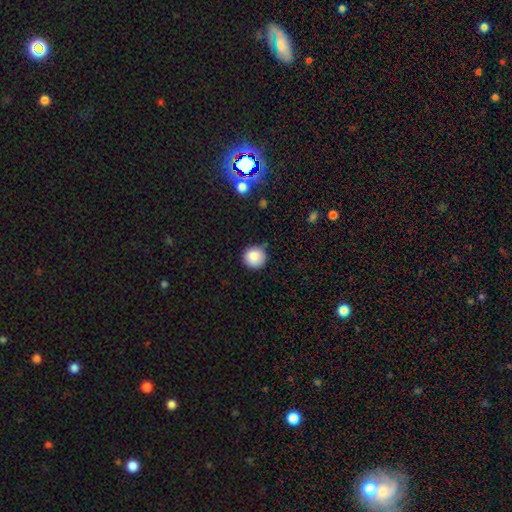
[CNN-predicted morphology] The model was most divided on "merging": none: 85%, minor disturbance: 11%, major disturbance: 2%, merger: 2%. More confident: how rounded — round (95%); smooth or featured — smooth (87%).